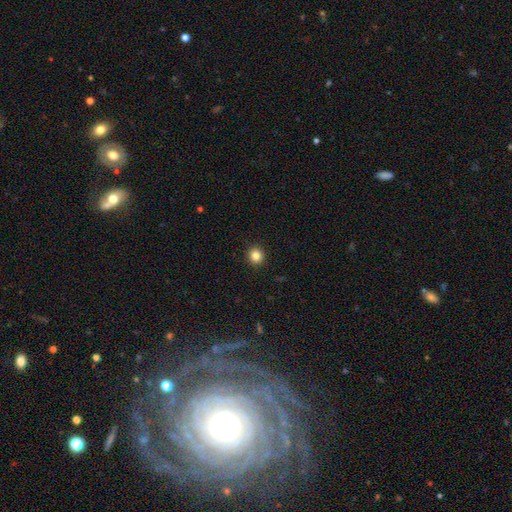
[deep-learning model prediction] A smooth galaxy with no disk features (84%) that is round (92%).

Vote fractions:
- Smooth or featured? smooth: 84% / star or artifact: 11% / featured or disk: 5%
- How rounded? round: 92% / in between: 7% / cigar-shaped: 1%
- Merging? none: 93% / minor disturbance: 5% / major disturbance: 2% / merger: 1%